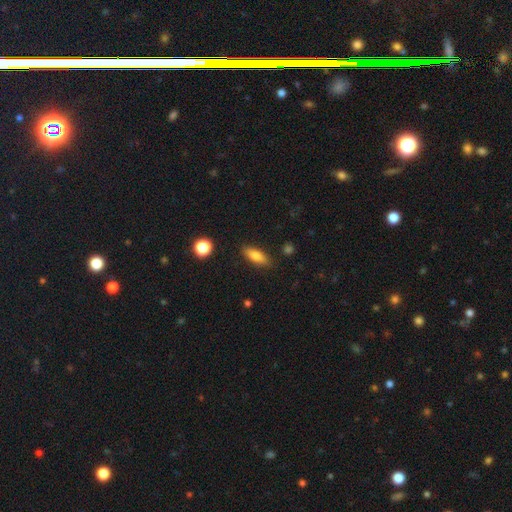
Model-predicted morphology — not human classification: A smooth galaxy with no disk features (78%) that is in between round and cigar-shaped (64%).

Vote fractions:
- Smooth or featured? smooth: 78% / featured or disk: 15% / star or artifact: 8%
- How rounded? in between: 64% / cigar-shaped: 33% / round: 3%
- Merging? none: 85% / minor disturbance: 11% / major disturbance: 3% / merger: 2%